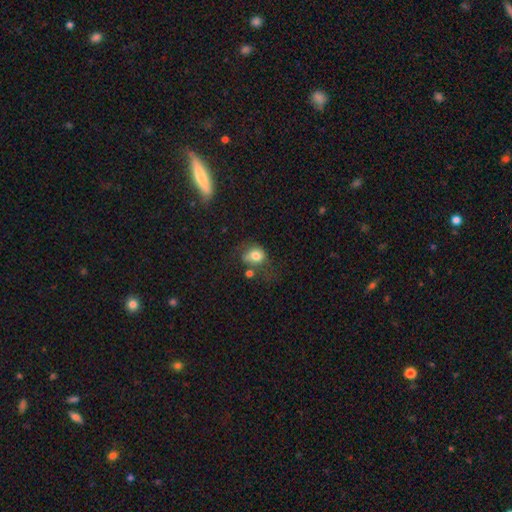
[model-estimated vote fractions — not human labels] smooth 75%, featured or disk 15%, star or artifact 10%. Down the decision tree: how rounded — round (55%); merging — none (36%).